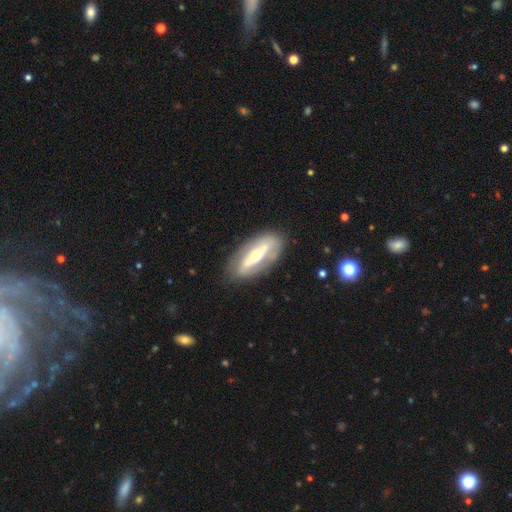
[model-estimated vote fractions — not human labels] This is likely a featured or disk galaxy (68%). It is likely not viewed edge-on (70%). Merging: clearly none (82%).